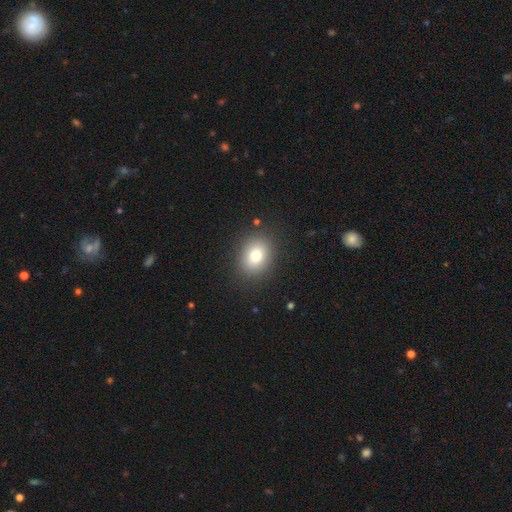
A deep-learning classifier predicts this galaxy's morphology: The model was most divided on "how rounded": round: 50%, in between: 49%, cigar-shaped: 1%. More confident: merging — none (87%); smooth or featured — smooth (77%).